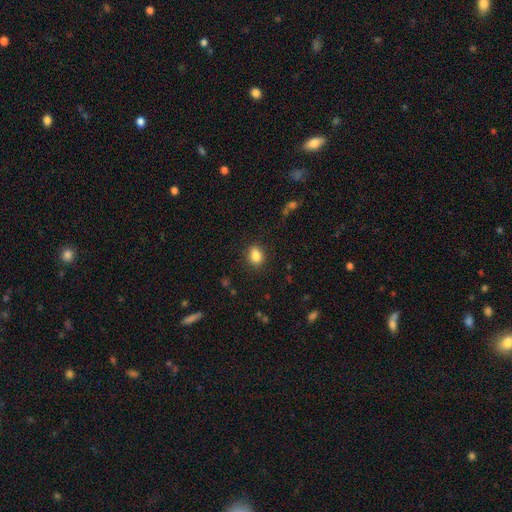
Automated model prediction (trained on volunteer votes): Smooth or featured? Predicted: smooth (p=0.85). How rounded? Predicted: in between (p=0.61). Merging? Predicted: none (p=0.85).